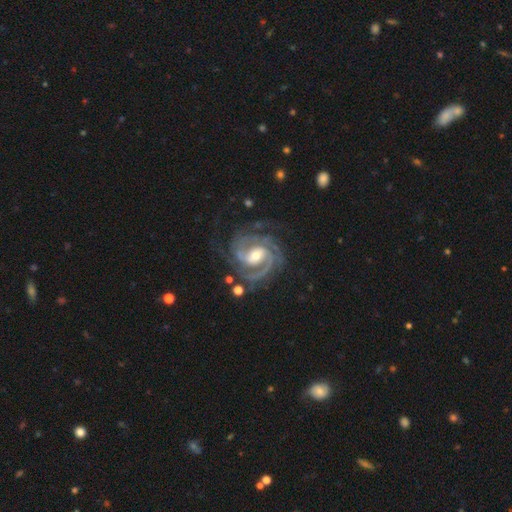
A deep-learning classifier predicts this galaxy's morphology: A featured or disk galaxy (93%) with a weak bar (42%), 2 (47%) tight (58%) spiral arms (99%) and a moderate central bulge (61%).

Vote fractions:
- Smooth or featured? featured or disk: 93% / star or artifact: 4% / smooth: 3%
- Edge-on disk? no: 98% / yes: 2%
- Bar? weak: 42% / no: 35% / strong: 24%
- Spiral arms? yes: 99% / no: 1%
- Spiral winding? tight: 58% / medium: 37% / loose: 5%
- Spiral arm count? 2: 47% / 3: 31% / can't tell: 8% / 4: 6% / 1: 4% / more than 4: 4%
- Bulge size? moderate: 61% / small: 33% / large: 4% / none: 1% / dominant: 1%
- Merging? none: 69% / minor disturbance: 18% / major disturbance: 11% / merger: 2%